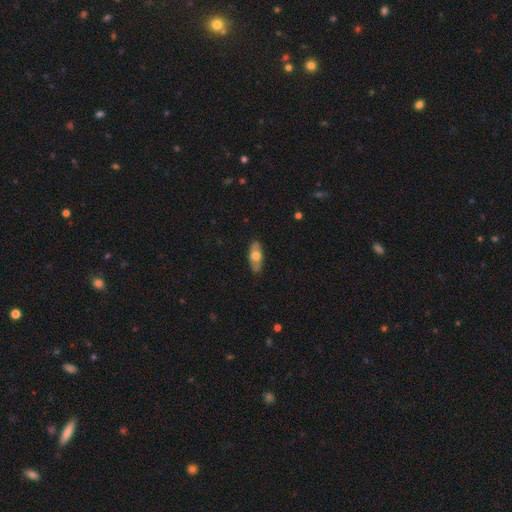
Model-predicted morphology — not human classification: This is possibly a smooth galaxy (57%). How rounded: clearly in between (82%). Merging: clearly none (85%).